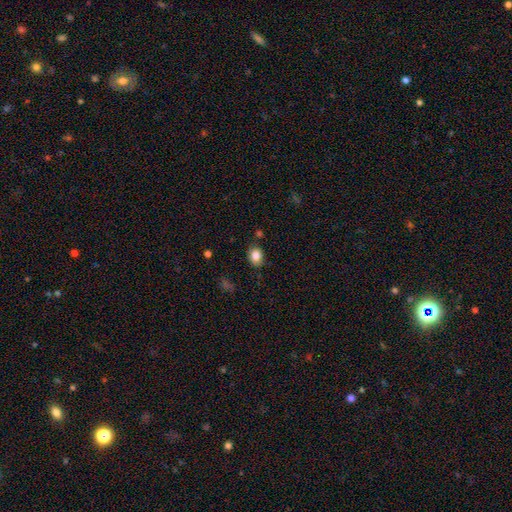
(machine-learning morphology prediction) smooth_or_featured: smooth (p=0.83) [alt: star or artifact p=0.10]
how_rounded: in between (p=0.55) [alt: round p=0.44]
merging: none (p=0.82) [alt: minor disturbance p=0.13]